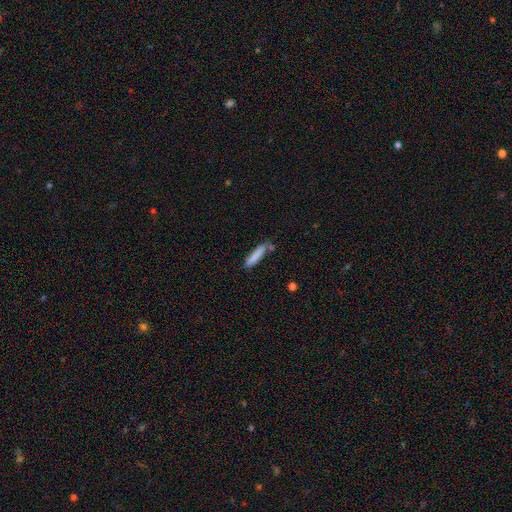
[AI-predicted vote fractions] The model was most divided on "merging": none: 70%, minor disturbance: 18%, merger: 8%, major disturbance: 4%. More confident: how rounded — cigar-shaped (86%); smooth or featured — smooth (83%).